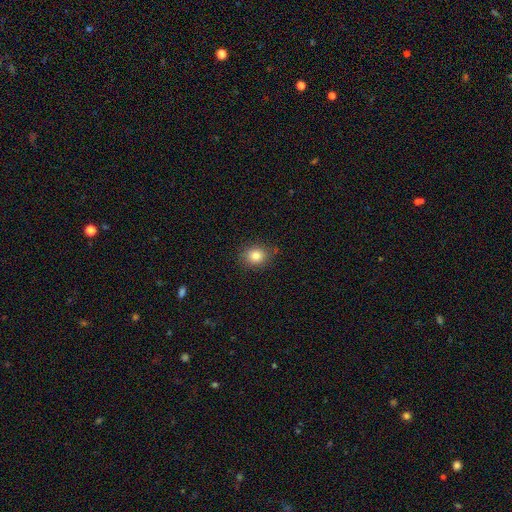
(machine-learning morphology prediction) This is clearly a smooth galaxy (83%). How rounded: likely round (66%). Merging: clearly none (85%).